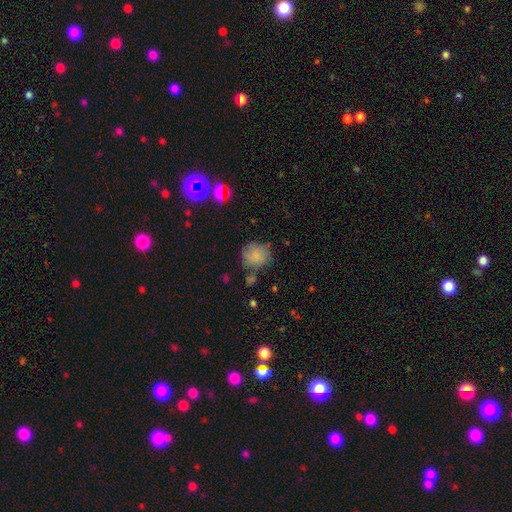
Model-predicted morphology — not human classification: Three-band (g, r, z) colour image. It shows a smooth galaxy with no disk features (80%) that is round (82%). Merging: none (64%).